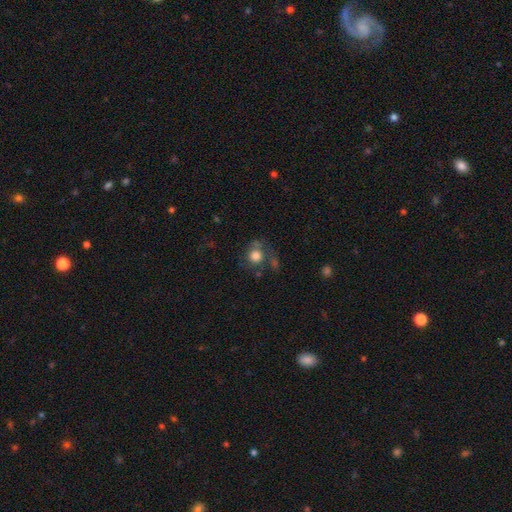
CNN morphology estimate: Smooth or featured? smooth (74%)
How rounded? round (87%)
Merging? none (51%)